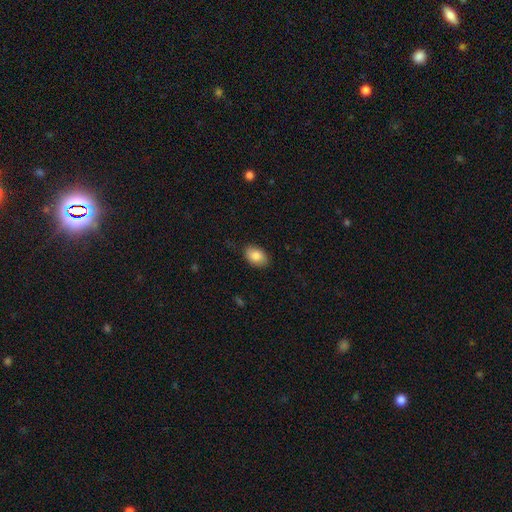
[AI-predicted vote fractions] Q: Smooth or featured?
A: smooth (85%); runner-up: featured or disk (8%)
Q: How rounded?
A: in between (86%); runner-up: round (13%)
Q: Merging?
A: none (84%); runner-up: minor disturbance (12%)